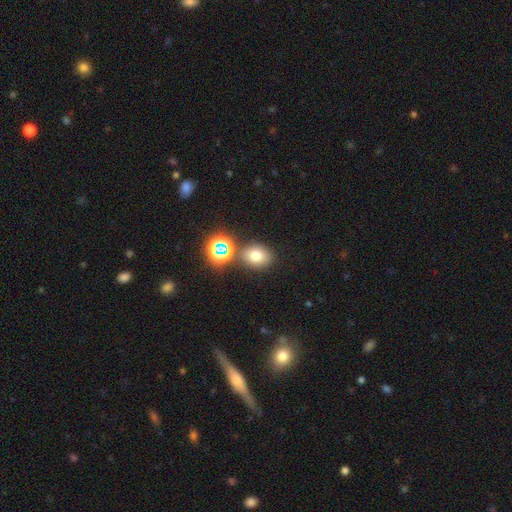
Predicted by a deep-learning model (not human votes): Smooth or featured: smooth — 72% (star or artifact — 19%)
How rounded: in between — 51% (round — 48%)
Merging: none — 75% (minor disturbance — 11%)